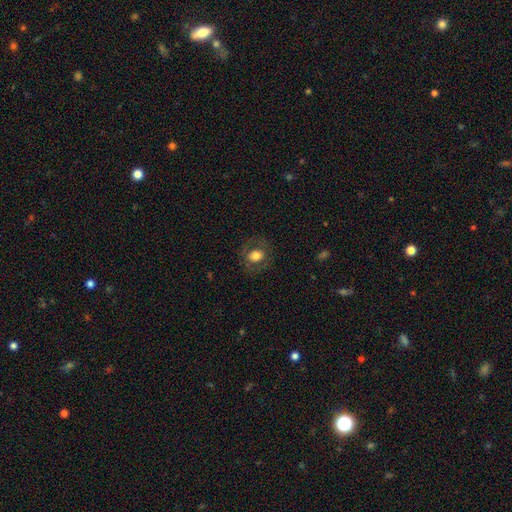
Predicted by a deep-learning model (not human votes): Smooth or featured? smooth (66%)
How rounded? round (59%)
Merging? none (79%)